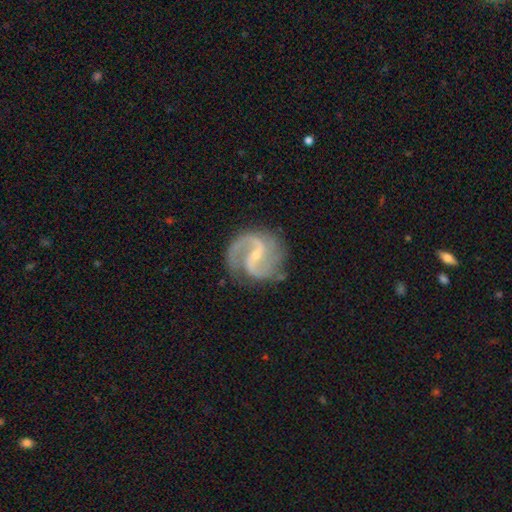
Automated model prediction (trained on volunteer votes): Morphology: type=featured or disk (90%); edge-on=no (98%); bar=weak (53%); spiral arms=yes (98%); winding=medium (57%); arm count=2 (85%); bulge=small (68%); merging=none (72%).